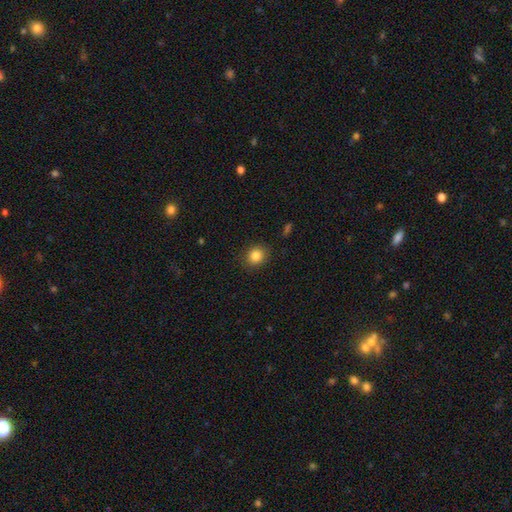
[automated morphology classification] Smooth or featured?
  - smooth: 84% *
  - star or artifact: 10%
  - featured or disk: 5%
How rounded?
  - round: 75% *
  - in between: 24%
  - cigar-shaped: 1%
Merging?
  - none: 88% *
  - minor disturbance: 9%
  - major disturbance: 3%
  - merger: 1%